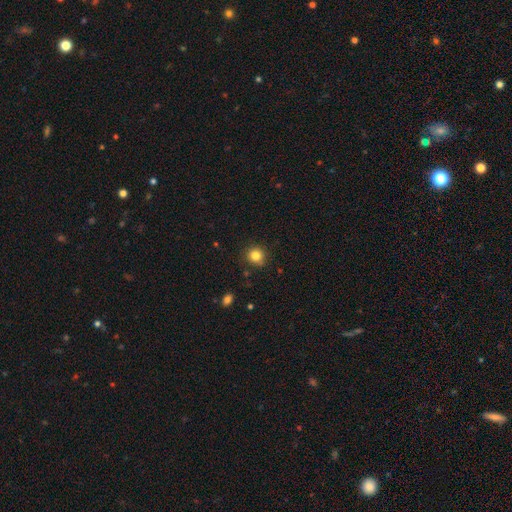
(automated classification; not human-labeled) A smooth galaxy with no disk features (82%) that is round (90%).

Vote fractions:
- Smooth or featured? smooth: 82% / star or artifact: 12% / featured or disk: 6%
- How rounded? round: 90% / in between: 9% / cigar-shaped: 1%
- Merging? none: 86% / minor disturbance: 10% / major disturbance: 2% / merger: 2%